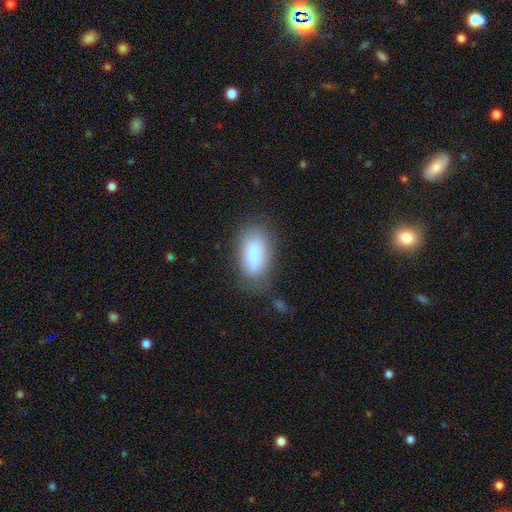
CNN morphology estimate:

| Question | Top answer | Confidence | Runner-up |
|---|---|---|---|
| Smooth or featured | smooth | 81% | featured or disk (11%) |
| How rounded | in between | 90% | round (5%) |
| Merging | none | 67% | minor disturbance (20%) |